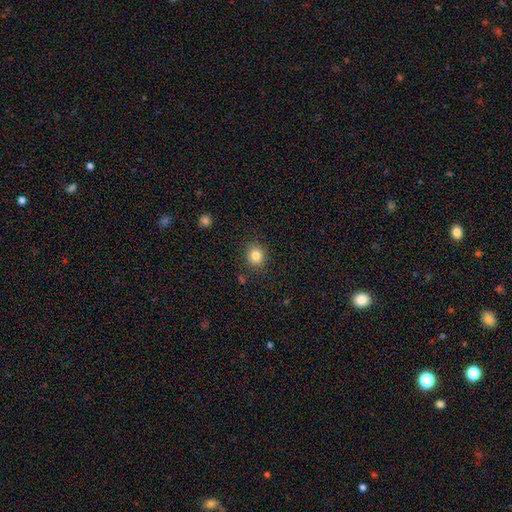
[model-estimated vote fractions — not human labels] A smooth galaxy with no disk features (84%) that is round (81%). Merging: none (88%).